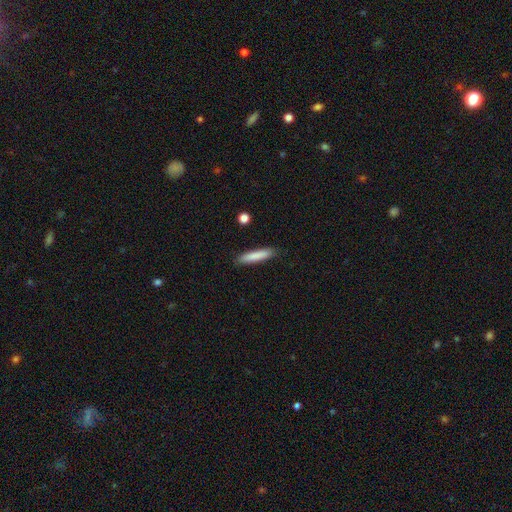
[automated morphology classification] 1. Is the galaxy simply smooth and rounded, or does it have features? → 83% smooth, 11% featured or disk, 6% star or artifact.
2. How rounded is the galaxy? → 90% cigar-shaped, 9% in between, 1% round.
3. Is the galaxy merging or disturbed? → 89% none, 8% minor disturbance, 2% major disturbance, 2% merger.